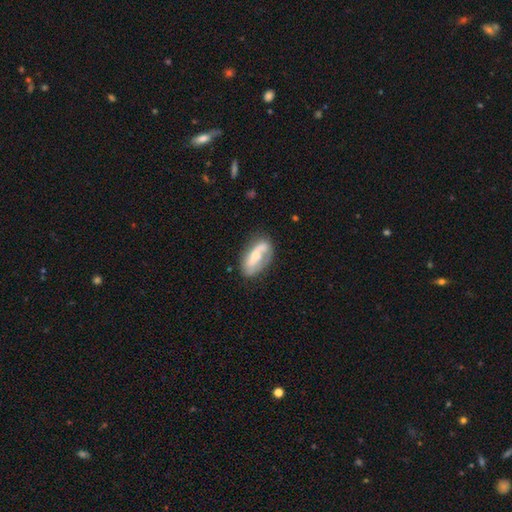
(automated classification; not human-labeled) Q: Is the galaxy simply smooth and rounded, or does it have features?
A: featured or disk — 47%.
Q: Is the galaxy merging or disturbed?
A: none — 56%.